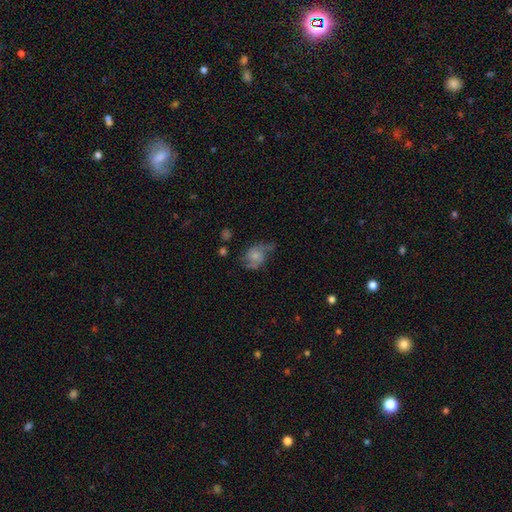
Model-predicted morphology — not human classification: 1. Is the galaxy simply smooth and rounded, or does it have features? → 65% featured or disk, 27% smooth, 8% star or artifact.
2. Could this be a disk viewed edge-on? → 97% no, 3% yes.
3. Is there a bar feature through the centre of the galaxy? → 70% no, 26% weak, 4% strong.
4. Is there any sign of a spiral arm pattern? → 89% yes, 11% no.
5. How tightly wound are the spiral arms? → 45% medium, 38% loose, 17% tight.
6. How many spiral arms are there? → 81% 2, 8% can't tell, 5% 1, 4% 3, 1% 4, 1% more than 4.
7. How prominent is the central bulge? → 51% small, 32% moderate, 12% none, 4% large, 1% dominant.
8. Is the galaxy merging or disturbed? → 48% none, 29% minor disturbance, 21% major disturbance, 3% merger.